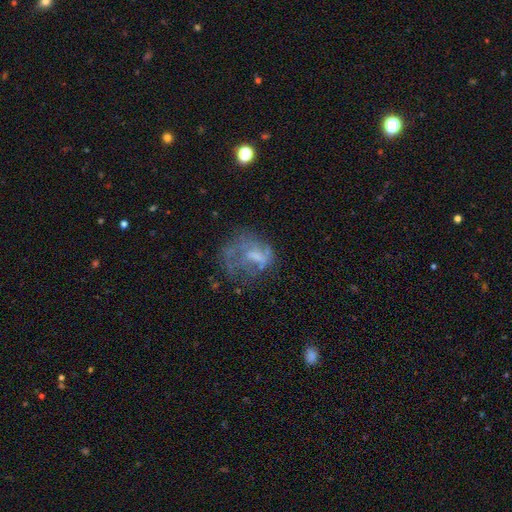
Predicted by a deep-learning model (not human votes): Overall: featured or disk (56%; smooth 30%). Edge-on disk: no (97%). Bar: no (64%; weak 30%). Spiral arms: no (64%; yes 36%). Bulge size: none (41%; moderate 30%). Merging: major disturbance (40%; none 35%).